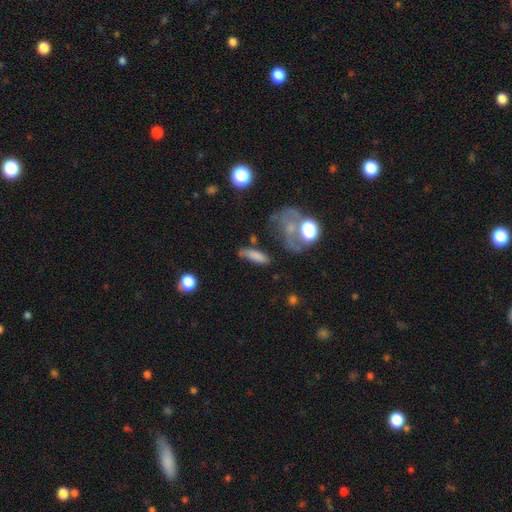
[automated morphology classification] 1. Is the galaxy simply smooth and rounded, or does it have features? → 73% smooth, 16% featured or disk, 11% star or artifact.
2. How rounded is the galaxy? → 50% cigar-shaped, 45% in between, 5% round.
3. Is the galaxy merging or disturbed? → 58% none, 22% minor disturbance, 11% major disturbance, 9% merger.